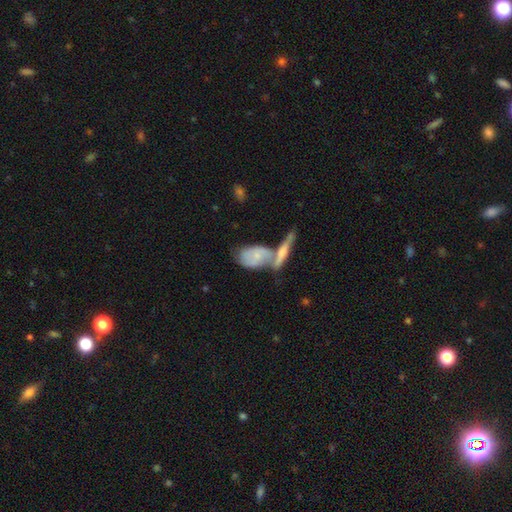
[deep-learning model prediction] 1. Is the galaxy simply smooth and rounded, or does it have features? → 50% smooth, 44% featured or disk, 6% star or artifact.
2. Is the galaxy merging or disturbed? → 55% merger, 25% none, 13% minor disturbance, 7% major disturbance.